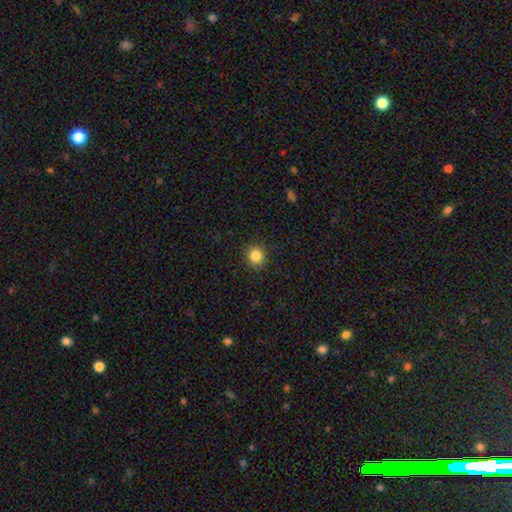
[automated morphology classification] Smooth or featured: smooth — 85% (star or artifact — 11%)
How rounded: round — 85% (in between — 14%)
Merging: none — 90% (minor disturbance — 7%)